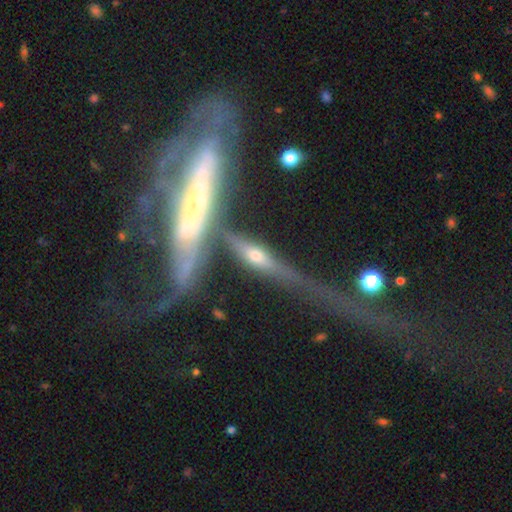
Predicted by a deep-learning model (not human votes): Q: Smooth or featured?
A: featured or disk (77%); runner-up: smooth (13%)
Q: Edge-on disk?
A: yes (85%); runner-up: no (15%)
Q: Edge-on bulge?
A: rounded (75%); runner-up: boxy (15%)
Q: Merging?
A: none (39%); runner-up: merger (30%)